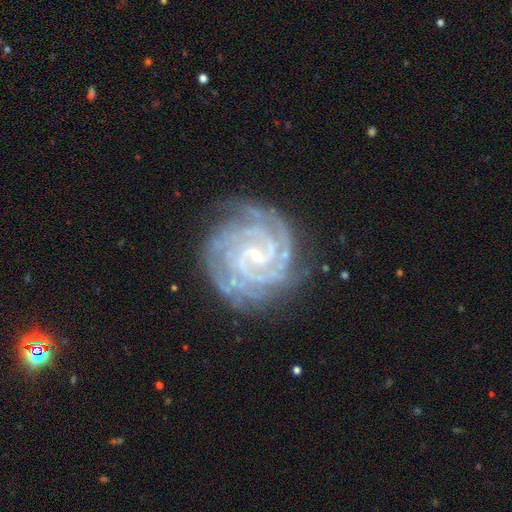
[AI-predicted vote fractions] featured or disk 91%, star or artifact 5%, smooth 3%. Down the decision tree: edge-on disk — no (98%); bar — weak (45%); spiral arms — yes (99%); spiral arm count — 2 (29%); spiral winding — tight (80%); bulge size — small (80%); merging — none (78%).